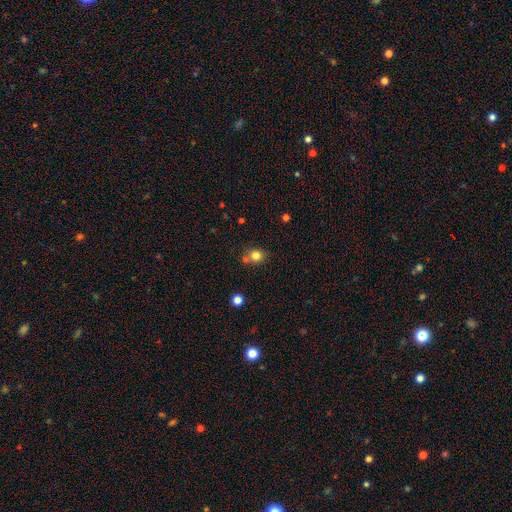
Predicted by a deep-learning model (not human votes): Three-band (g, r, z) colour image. It shows a smooth galaxy with no disk features (80%) that is round (77%). Merging: none (67%).